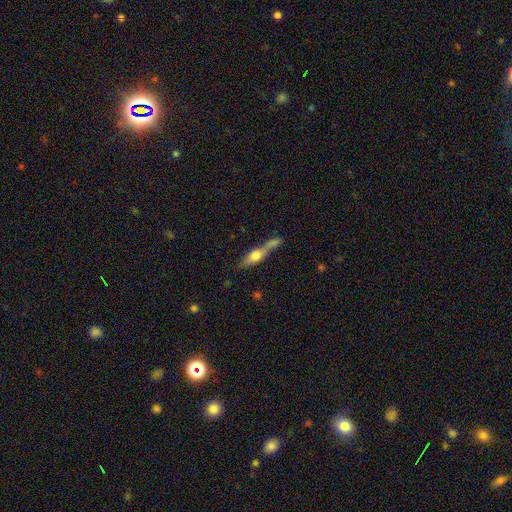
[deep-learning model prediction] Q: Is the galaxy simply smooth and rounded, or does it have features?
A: featured or disk — 50%.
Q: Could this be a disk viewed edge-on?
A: yes — 87%.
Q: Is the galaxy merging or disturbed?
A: none — 48%.